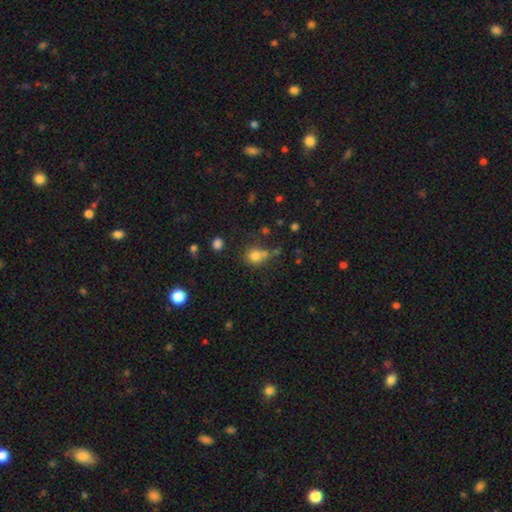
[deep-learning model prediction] Q: Smooth or featured?
A: smooth (78%); runner-up: star or artifact (14%)
Q: How rounded?
A: round (79%); runner-up: in between (20%)
Q: Merging?
A: none (55%); runner-up: merger (24%)